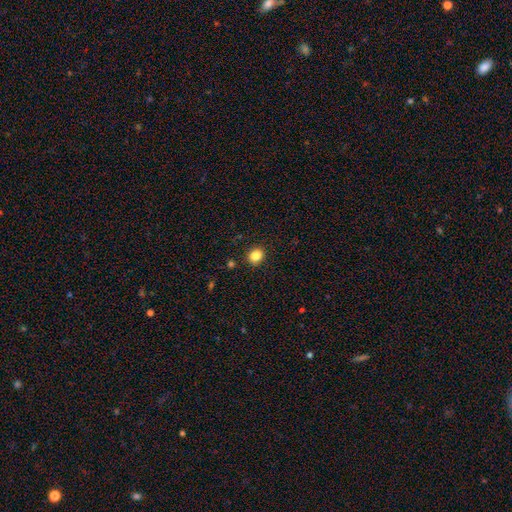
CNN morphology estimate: type=smooth (85%); roundness=round (61%); merging=none (89%).